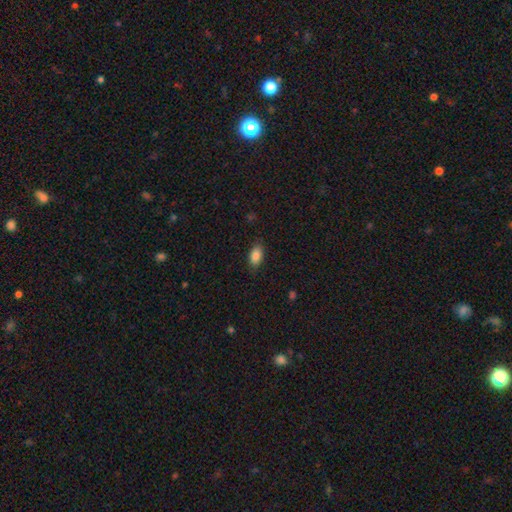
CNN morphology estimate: This is clearly a smooth galaxy (86%). How rounded: clearly in between (91%). Merging: clearly none (84%).